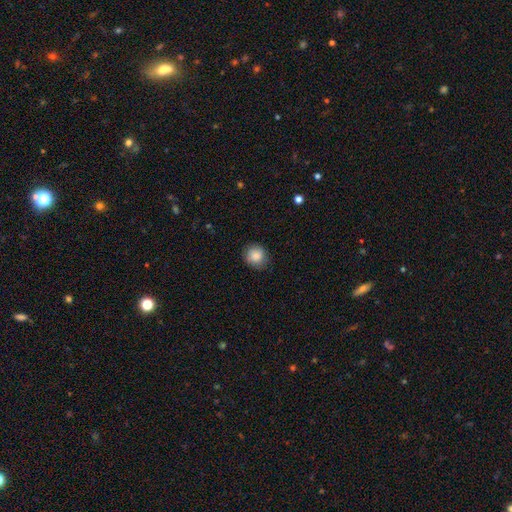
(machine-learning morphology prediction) Q: Smooth or featured?
A: smooth (87%); runner-up: star or artifact (8%)
Q: How rounded?
A: round (84%); runner-up: in between (15%)
Q: Merging?
A: none (82%); runner-up: minor disturbance (14%)